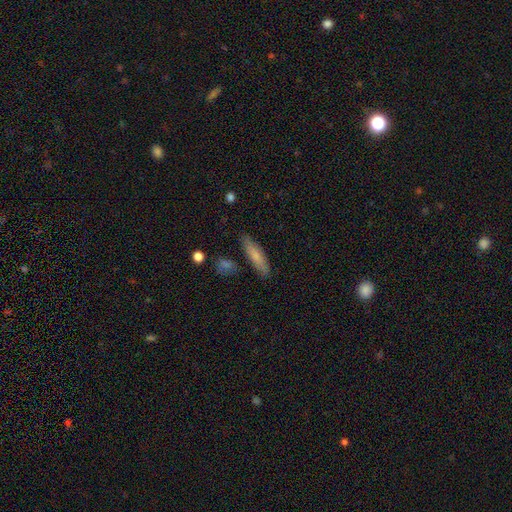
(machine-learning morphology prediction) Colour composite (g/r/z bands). It shows a smooth galaxy with no disk features (73%) that is cigar-shaped (70%). Merging: none (83%).